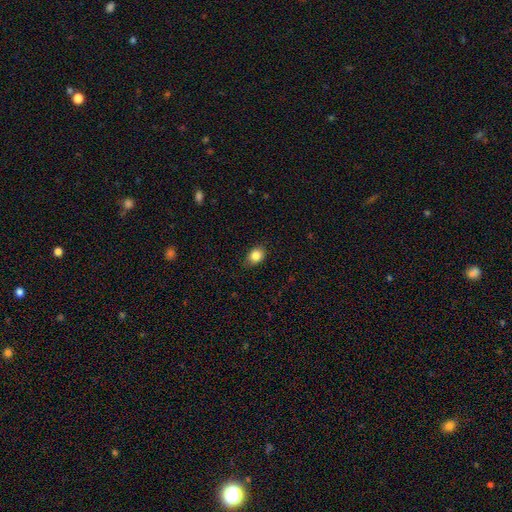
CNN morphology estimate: smooth-or-featured: smooth: 85% | star or artifact: 9% | featured or disk: 6%
  how-rounded: in between: 59% | round: 39% | cigar-shaped: 1%
  merging: none: 83% | minor disturbance: 14% | major disturbance: 3% | merger: 1%